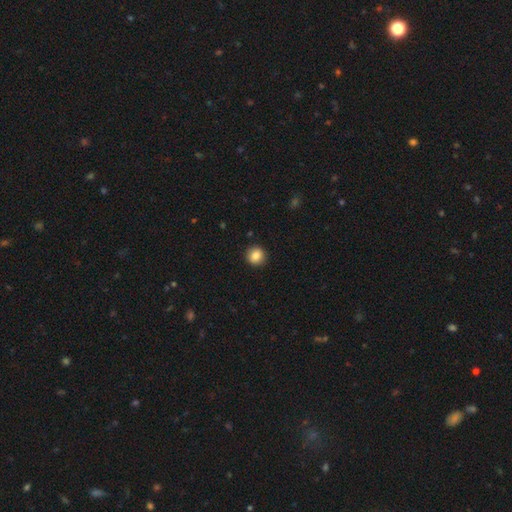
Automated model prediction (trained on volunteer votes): A smooth galaxy with no disk features (86%) that is round (91%).

Vote fractions:
- Smooth or featured? smooth: 86% / star or artifact: 9% / featured or disk: 5%
- How rounded? round: 91% / in between: 8% / cigar-shaped: 1%
- Merging? none: 92% / minor disturbance: 6% / major disturbance: 2% / merger: 1%